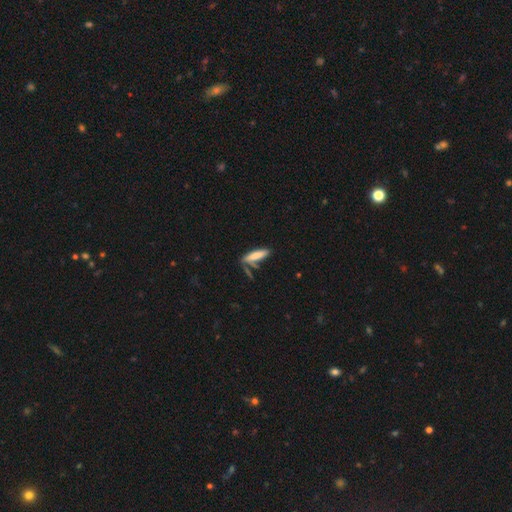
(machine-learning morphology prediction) smooth_or_featured: smooth (p=0.74) [alt: featured or disk p=0.19]
how_rounded: cigar-shaped (p=0.68) [alt: in between p=0.30]
merging: none (p=0.59) [alt: minor disturbance p=0.18]